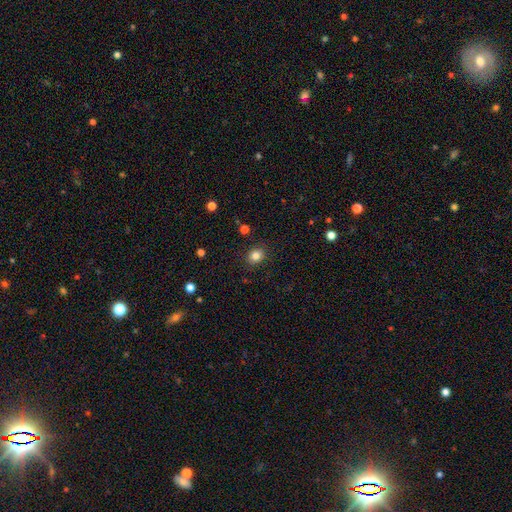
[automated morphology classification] A smooth galaxy with no disk features (82%) that is round (63%).

Vote fractions:
- Smooth or featured? smooth: 82% / star or artifact: 12% / featured or disk: 6%
- How rounded? round: 63% / in between: 36% / cigar-shaped: 1%
- Merging? none: 88% / minor disturbance: 8% / major disturbance: 2% / merger: 1%